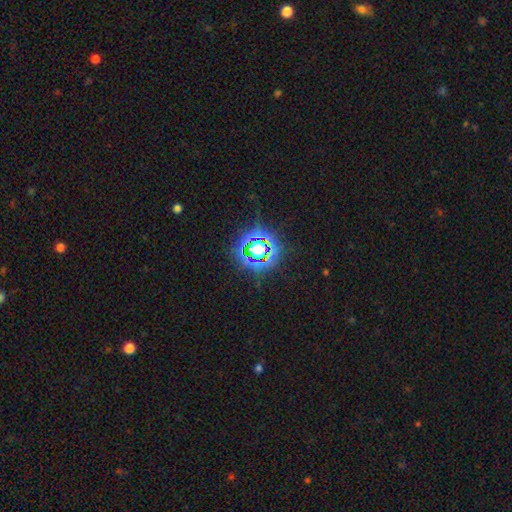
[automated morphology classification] The model was most divided on "smooth or featured": star or artifact: 79%, smooth: 13%, featured or disk: 7%.